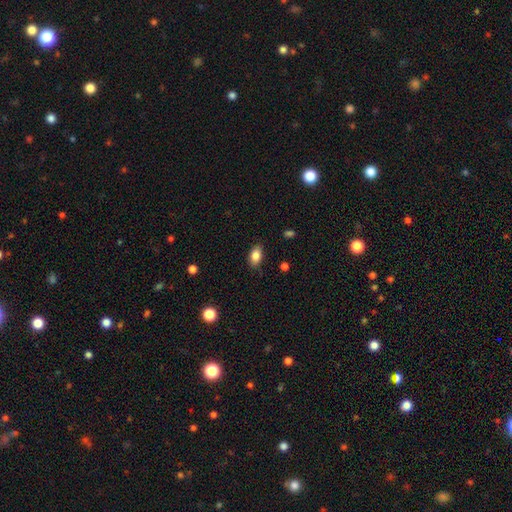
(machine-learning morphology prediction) Smooth or featured?
  - smooth: 85% *
  - star or artifact: 8%
  - featured or disk: 7%
How rounded?
  - in between: 89% *
  - round: 8%
  - cigar-shaped: 3%
Merging?
  - none: 85% *
  - minor disturbance: 12%
  - major disturbance: 2%
  - merger: 1%